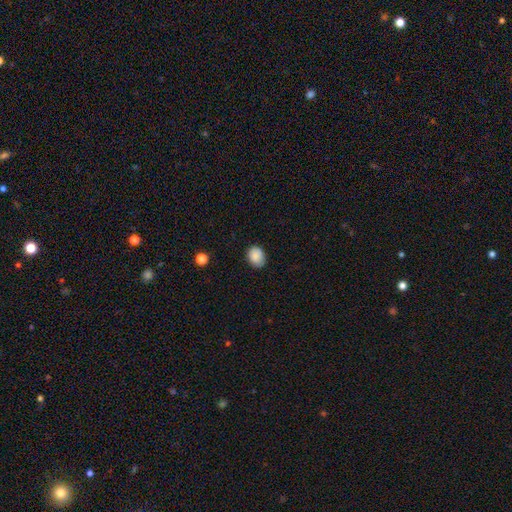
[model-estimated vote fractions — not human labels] This is clearly a smooth galaxy (87%). How rounded: possibly in between (56%). Merging: likely none (79%).